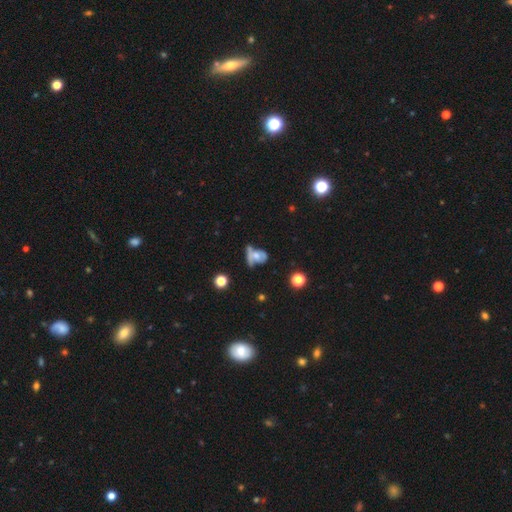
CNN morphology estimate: smooth-or-featured: smooth: 45% | featured or disk: 42% | star or artifact: 13%
  merging: merger: 28% (tied) | major disturbance: 28% (tied) | none: 25% | minor disturbance: 19%